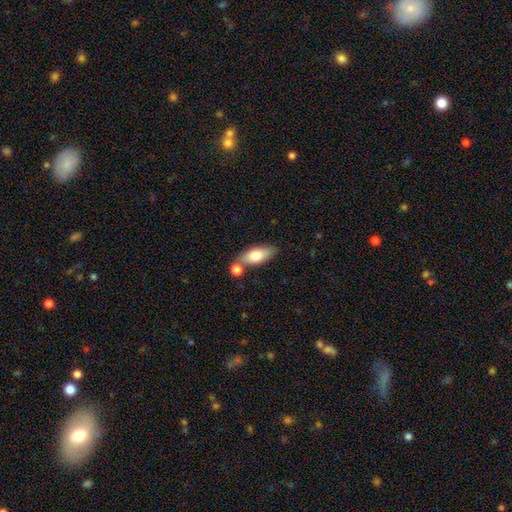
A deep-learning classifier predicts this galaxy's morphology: Smooth or featured? Predicted: smooth (p=0.74). How rounded? Predicted: in between (p=0.80). Merging? Predicted: none (p=0.58).